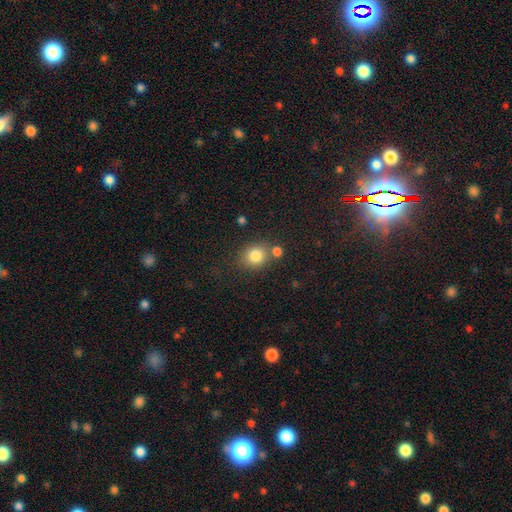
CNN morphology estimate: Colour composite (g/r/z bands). It shows a smooth galaxy with no disk features (81%) that is round (72%). Merging: none (67%).